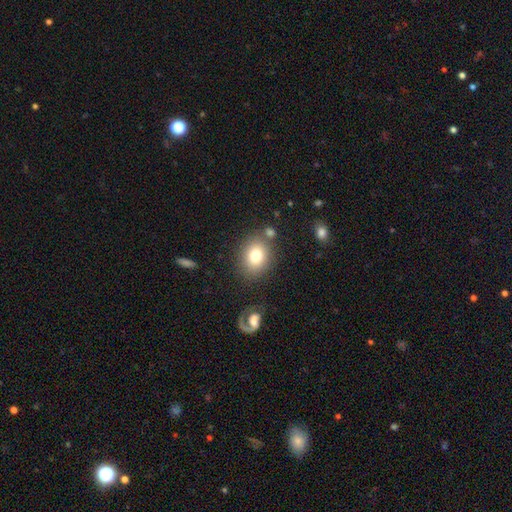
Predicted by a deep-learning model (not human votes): smooth-or-featured: smooth: 77% | featured or disk: 13% | star or artifact: 10%
  how-rounded: round: 53% | in between: 46% | cigar-shaped: 1%
  merging: none: 76% | minor disturbance: 11% | merger: 8% | major disturbance: 4%